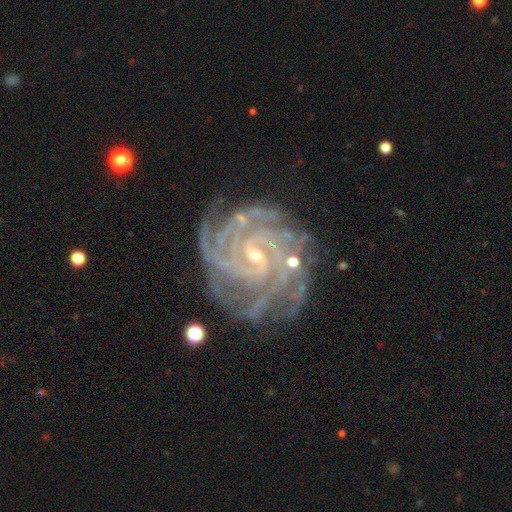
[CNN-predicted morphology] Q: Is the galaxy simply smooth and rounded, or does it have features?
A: featured or disk — 92%.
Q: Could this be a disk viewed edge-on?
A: no — 98%.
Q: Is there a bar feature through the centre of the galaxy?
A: weak — 45%.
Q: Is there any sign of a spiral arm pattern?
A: yes — 99%.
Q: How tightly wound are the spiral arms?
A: tight — 81%.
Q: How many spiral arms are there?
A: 4 — 33%.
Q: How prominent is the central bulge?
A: small — 78%.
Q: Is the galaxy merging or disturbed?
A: none — 75%.